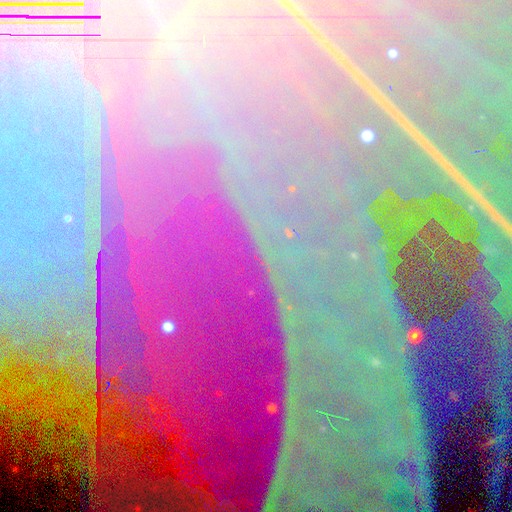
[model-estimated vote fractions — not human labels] Overall: star or artifact (85%).